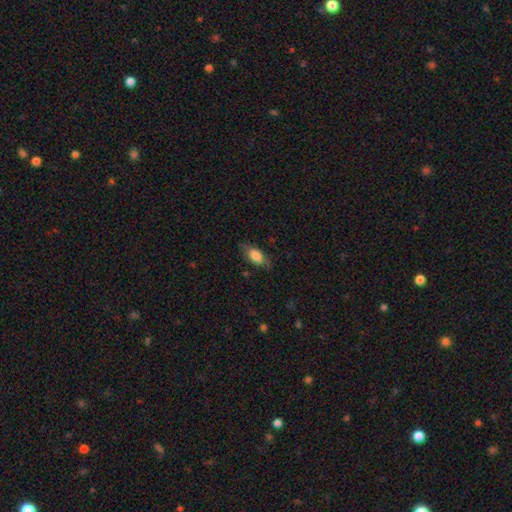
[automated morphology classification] Smooth or featured? Predicted: smooth (p=0.77). How rounded? Predicted: in between (p=0.85). Merging? Predicted: none (p=0.74).